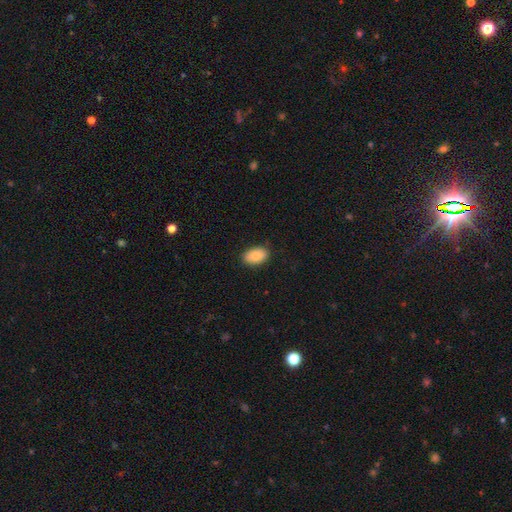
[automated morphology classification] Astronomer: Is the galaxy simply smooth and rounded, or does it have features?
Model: smooth — 86%.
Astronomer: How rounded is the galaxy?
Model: in between — 91%.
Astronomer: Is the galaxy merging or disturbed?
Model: none — 87%.